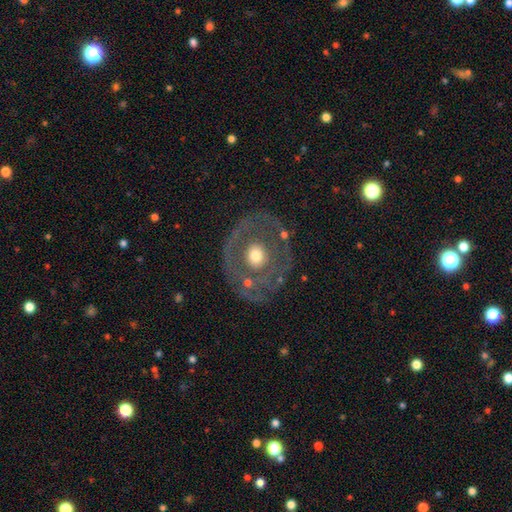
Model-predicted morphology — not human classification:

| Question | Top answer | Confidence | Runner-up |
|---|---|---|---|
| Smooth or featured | featured or disk | 59% | smooth (34%) |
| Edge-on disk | no | 95% | yes (5%) |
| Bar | no | 88% | weak (9%) |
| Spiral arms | no | 77% | yes (23%) |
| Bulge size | moderate | 63% | large (17%) |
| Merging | none | 66% | minor disturbance (16%) |